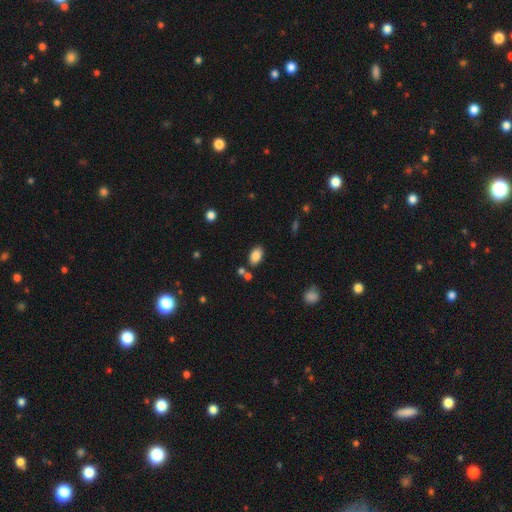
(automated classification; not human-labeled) A smooth galaxy with no disk features (85%) that is in between round and cigar-shaped (90%). Merging: none (79%).